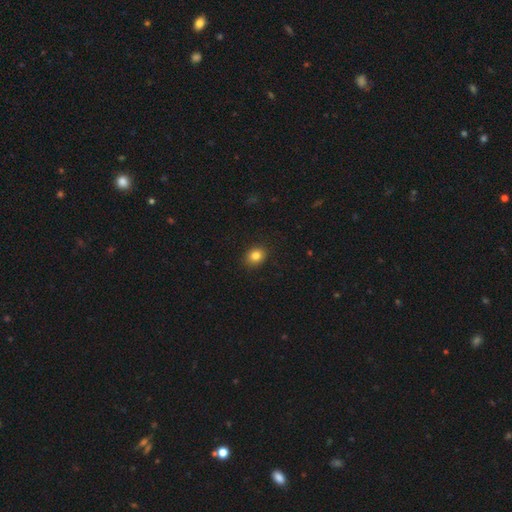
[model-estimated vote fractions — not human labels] smooth-or-featured: smooth: 83% | star or artifact: 10% | featured or disk: 6%
  how-rounded: round: 54% | in between: 46% | cigar-shaped: 1%
  merging: none: 90% | minor disturbance: 7% | major disturbance: 2% | merger: 1%